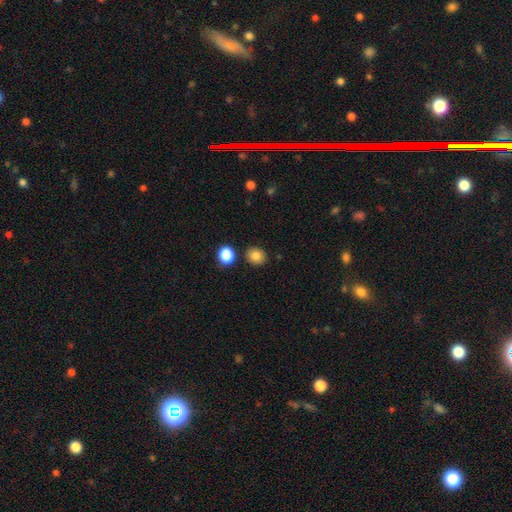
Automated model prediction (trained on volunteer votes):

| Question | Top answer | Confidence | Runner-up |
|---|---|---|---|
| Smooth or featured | smooth | 84% | star or artifact (11%) |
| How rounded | round | 73% | in between (26%) |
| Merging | none | 86% | minor disturbance (8%) |